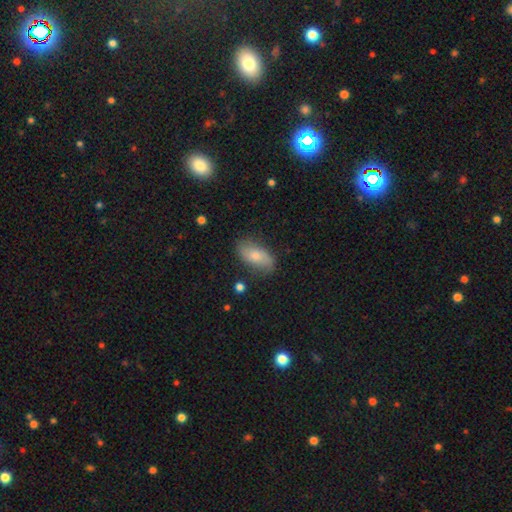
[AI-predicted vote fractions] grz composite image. It shows a smooth galaxy with no disk features (61%) that is in between round and cigar-shaped (89%). Merging: none (76%).